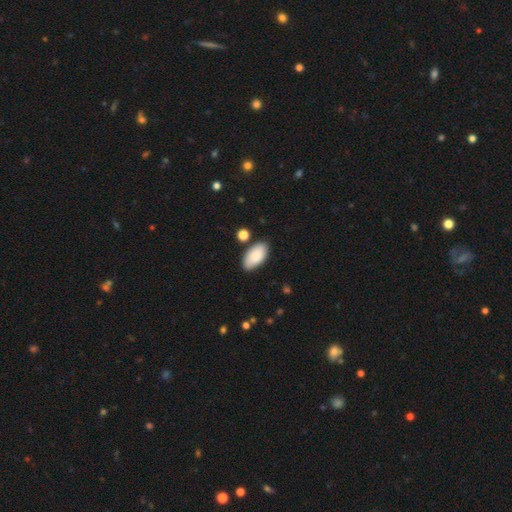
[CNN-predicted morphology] Smooth or featured? smooth (87%)
How rounded? in between (95%)
Merging? none (82%)